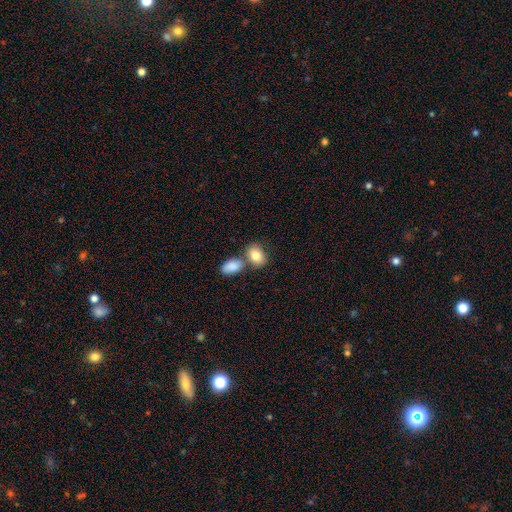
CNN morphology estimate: The model was most divided on "merging": none: 49%, merger: 37%, minor disturbance: 11%, major disturbance: 3%. More confident: smooth or featured — smooth (83%); how rounded — in between (77%).